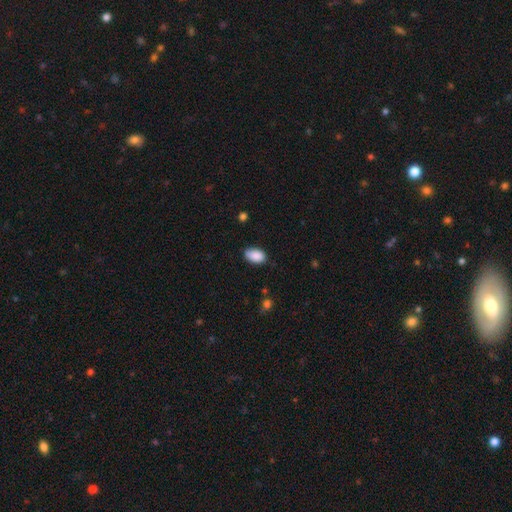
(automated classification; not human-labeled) Smooth or featured? smooth (88%)
How rounded? in between (91%)
Merging? none (75%)